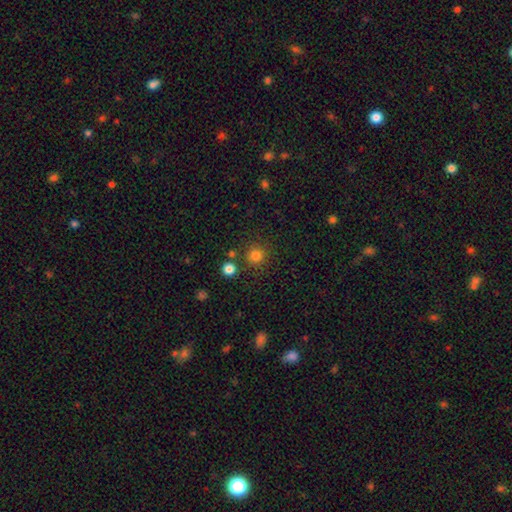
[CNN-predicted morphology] smooth-or-featured: smooth: 81% | star or artifact: 14% | featured or disk: 5%
  how-rounded: round: 94% | in between: 5% | cigar-shaped: 1%
  merging: none: 85% | minor disturbance: 7% | merger: 6% | major disturbance: 3%